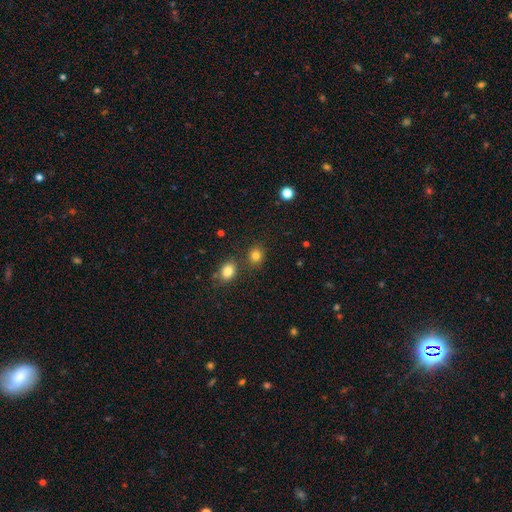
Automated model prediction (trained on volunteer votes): Smooth or featured? Predicted: smooth (p=0.82). How rounded? Predicted: round (p=0.73). Merging? Predicted: none (p=0.76).